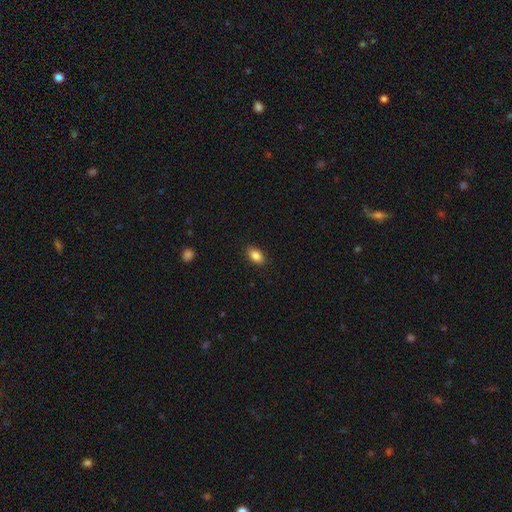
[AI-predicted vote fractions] This is clearly a smooth galaxy (87%). How rounded: clearly in between (89%). Merging: clearly none (89%).